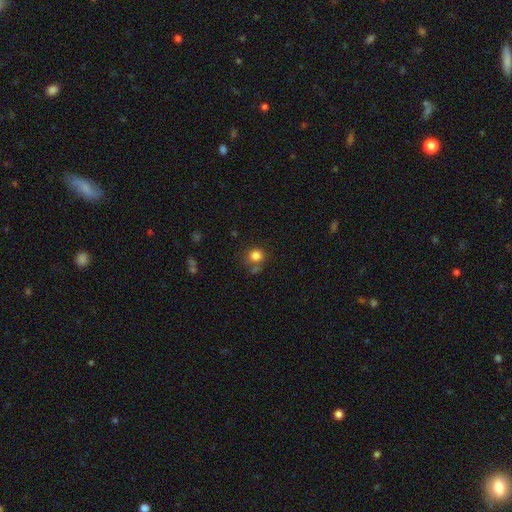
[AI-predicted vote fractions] smooth 83%, star or artifact 11%, featured or disk 6%. Down the decision tree: how rounded — round (83%); merging — none (65%).